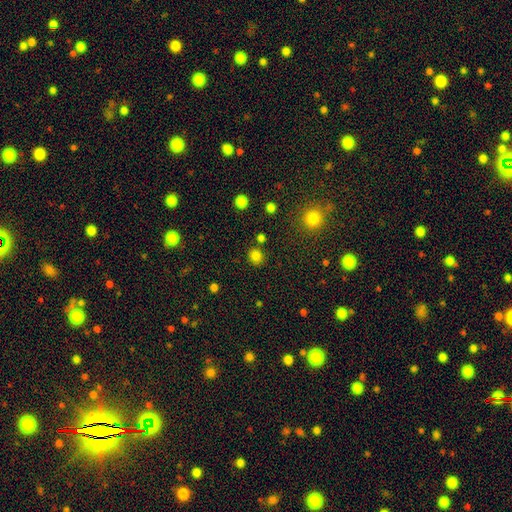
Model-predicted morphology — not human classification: Overall: smooth (81%). How rounded: round (86%). Merging: none (84%).